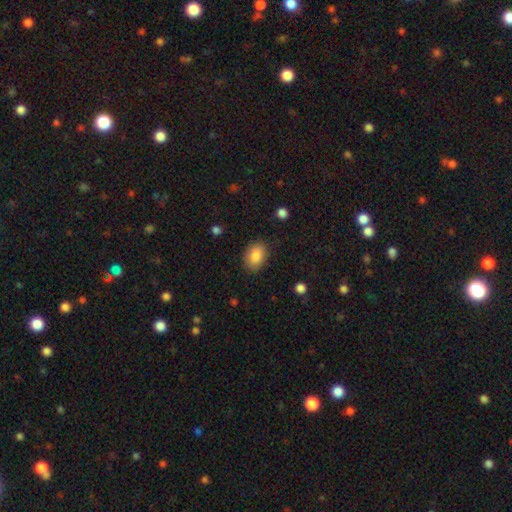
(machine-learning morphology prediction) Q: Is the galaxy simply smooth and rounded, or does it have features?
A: smooth — 86%.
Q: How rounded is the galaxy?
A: in between — 81%.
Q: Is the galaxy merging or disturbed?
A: none — 83%.